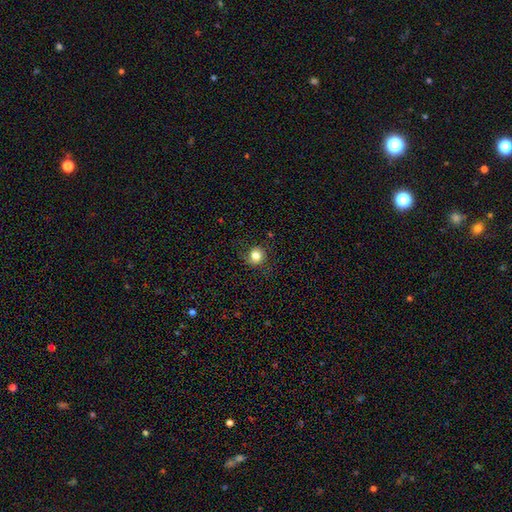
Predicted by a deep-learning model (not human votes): This is likely a smooth galaxy (78%). How rounded: clearly round (88%). Merging: likely none (77%).